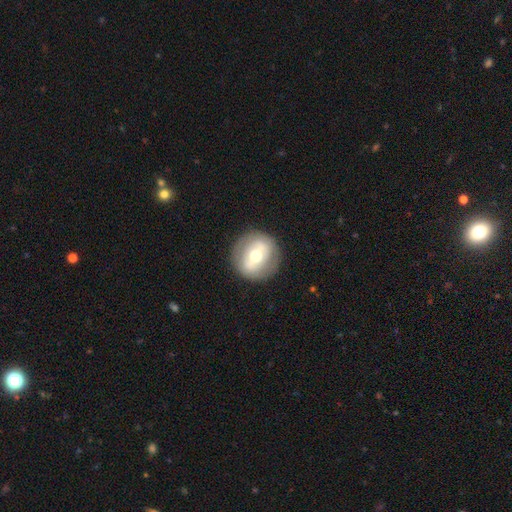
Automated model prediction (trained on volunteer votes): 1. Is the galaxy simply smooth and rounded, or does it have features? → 47% featured or disk, 46% smooth, 7% star or artifact.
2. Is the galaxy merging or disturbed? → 85% none, 9% minor disturbance, 4% major disturbance, 1% merger.